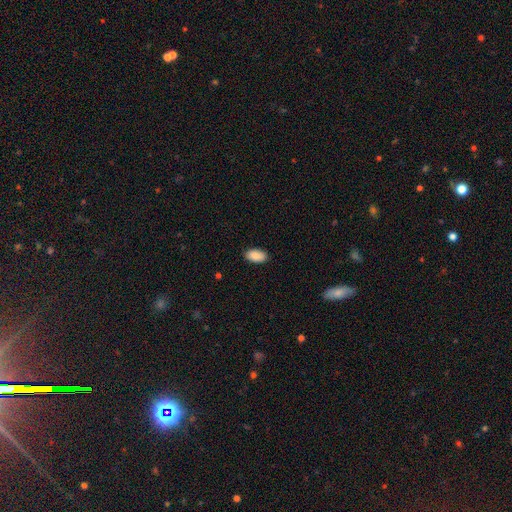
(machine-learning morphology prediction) type=smooth (90%); roundness=in between (95%); merging=none (89%).